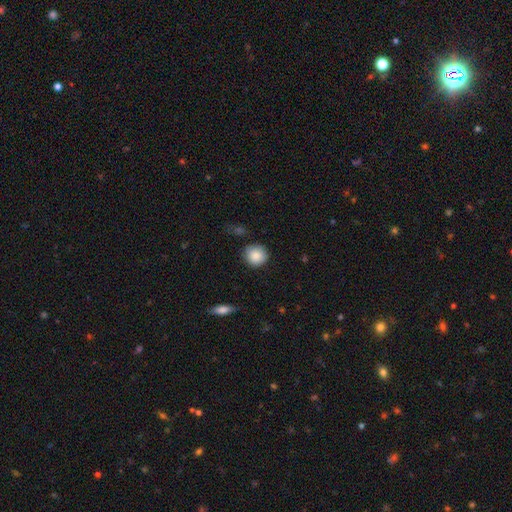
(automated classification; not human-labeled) Smooth or featured? Predicted: smooth (p=0.87). How rounded? Predicted: round (p=0.92). Merging? Predicted: none (p=0.83).